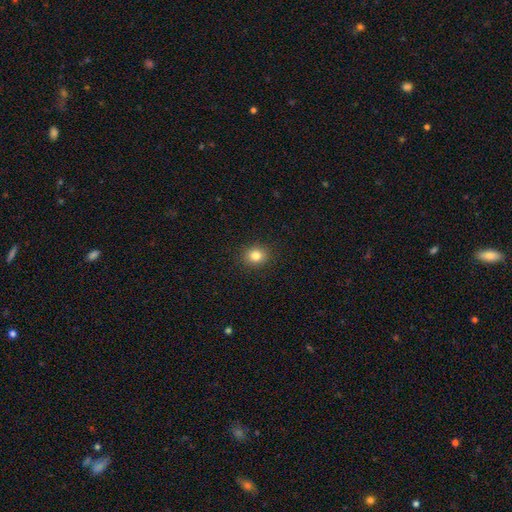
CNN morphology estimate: Smooth or featured: smooth — 82% (star or artifact — 12%)
How rounded: round — 72% (in between — 27%)
Merging: none — 91% (minor disturbance — 6%)